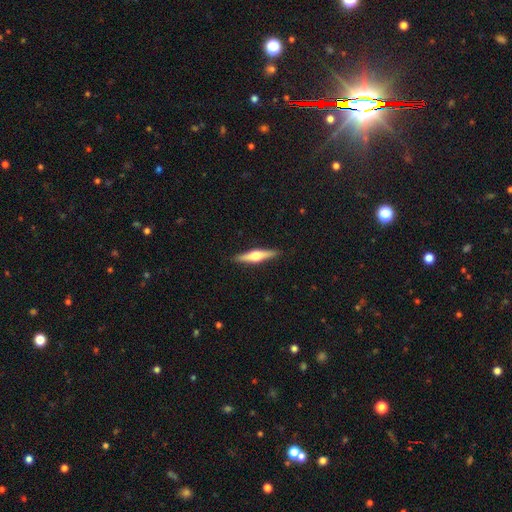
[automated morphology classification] This appears to be a featured or disk galaxy (63%) viewed edge-on (97%) with a rounded central bulge (92%). Merging: none (91%).